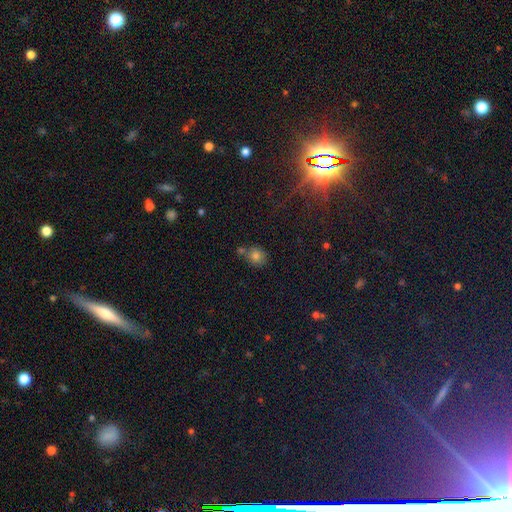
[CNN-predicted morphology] A smooth galaxy with no disk features (77%) that is round (79%). Merging: none (59%).